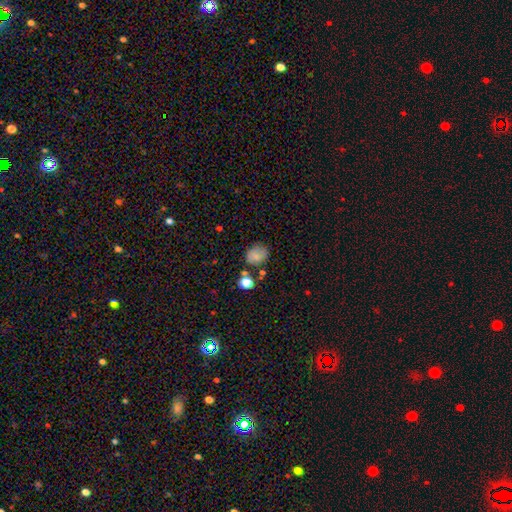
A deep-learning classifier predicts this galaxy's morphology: Smooth or featured? smooth (76%)
How rounded? round (50%)
Merging? none (68%)